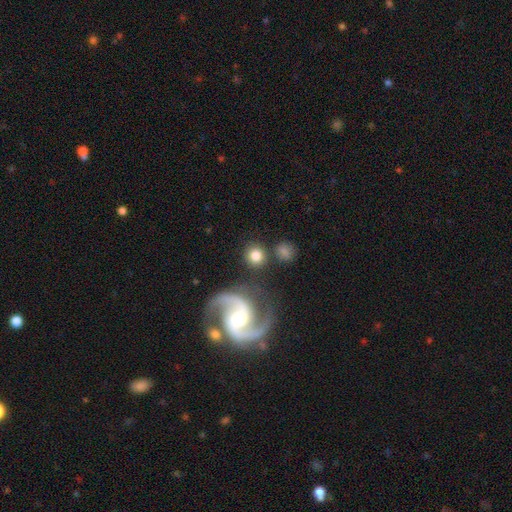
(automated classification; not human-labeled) Smooth or featured? smooth (76%)
How rounded? round (90%)
Merging? none (76%)